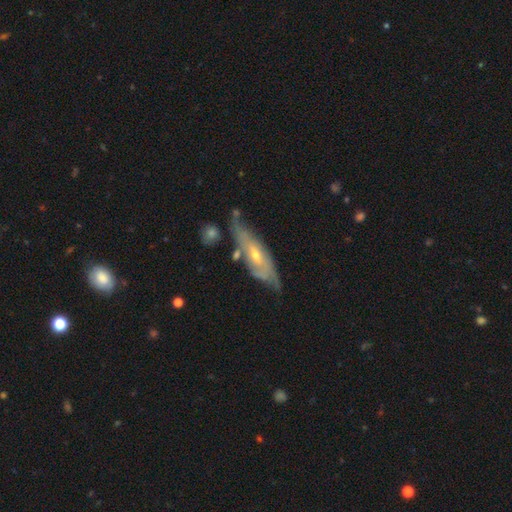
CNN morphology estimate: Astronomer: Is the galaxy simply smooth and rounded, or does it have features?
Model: featured or disk — 72%.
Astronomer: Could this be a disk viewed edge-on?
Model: no — 65%.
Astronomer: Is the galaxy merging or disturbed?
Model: none — 59%.